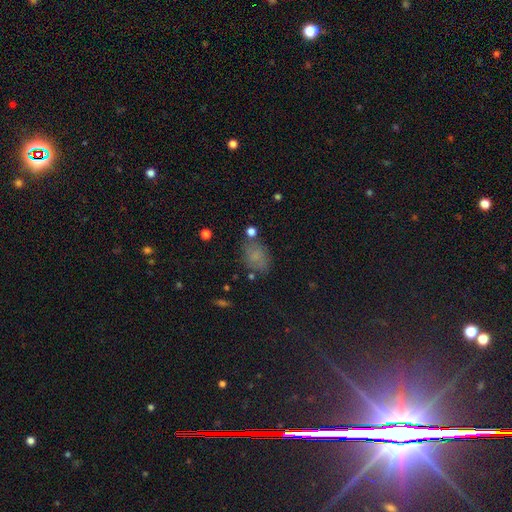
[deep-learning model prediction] smooth 69%, star or artifact 18%, featured or disk 13%. Down the decision tree: how rounded — in between (75%); merging — none (66%).